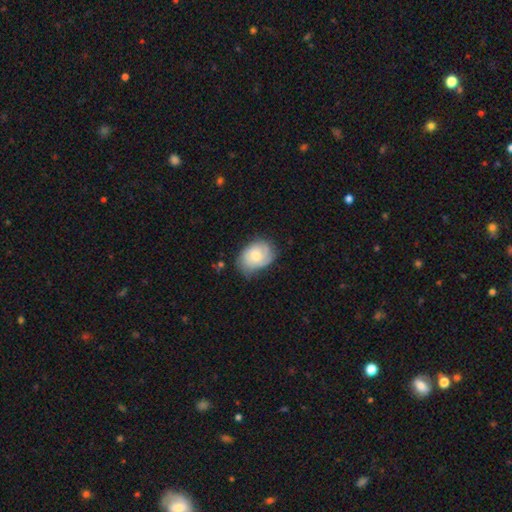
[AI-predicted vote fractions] This is possibly a smooth galaxy (51%). How rounded: likely in between (69%). Merging: likely none (62%).